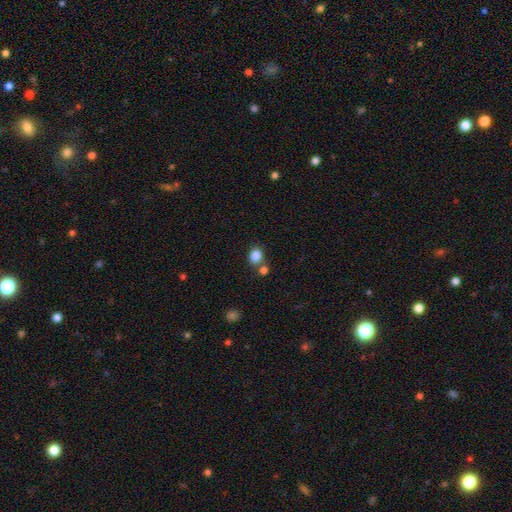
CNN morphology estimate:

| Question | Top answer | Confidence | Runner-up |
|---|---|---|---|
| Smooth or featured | smooth | 85% | star or artifact (10%) |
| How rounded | in between | 53% | round (46%) |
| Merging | none | 64% | merger (21%) |